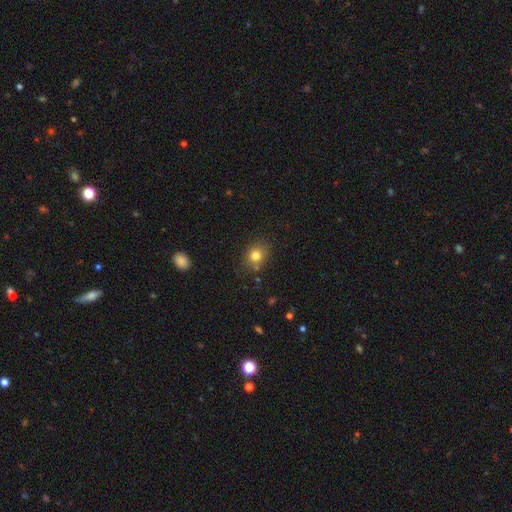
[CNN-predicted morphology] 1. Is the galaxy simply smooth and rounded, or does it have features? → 79% smooth, 13% star or artifact, 8% featured or disk.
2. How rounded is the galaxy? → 68% round, 31% in between, 1% cigar-shaped.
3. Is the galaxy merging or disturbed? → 79% none, 13% minor disturbance, 5% merger, 3% major disturbance.